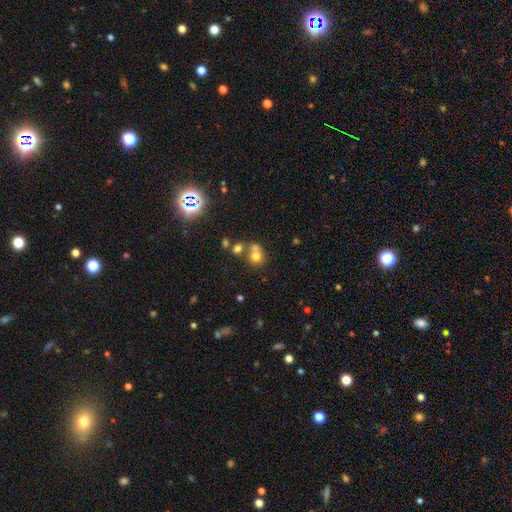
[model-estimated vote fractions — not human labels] Morphology: type=smooth (68%); roundness=round (77%); merging=merger (50%).